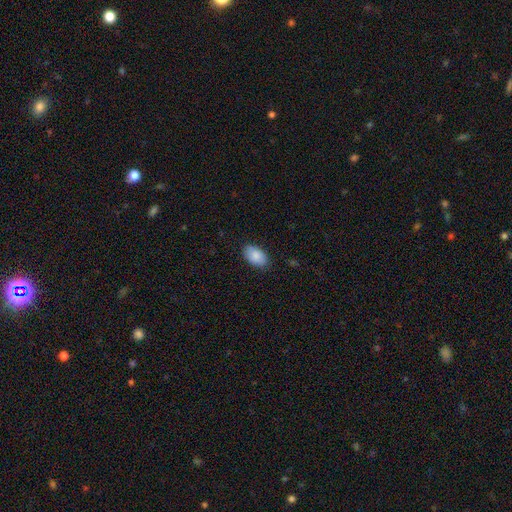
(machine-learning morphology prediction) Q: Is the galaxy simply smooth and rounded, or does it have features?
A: smooth — 87%.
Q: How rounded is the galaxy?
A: in between — 93%.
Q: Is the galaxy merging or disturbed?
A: none — 86%.